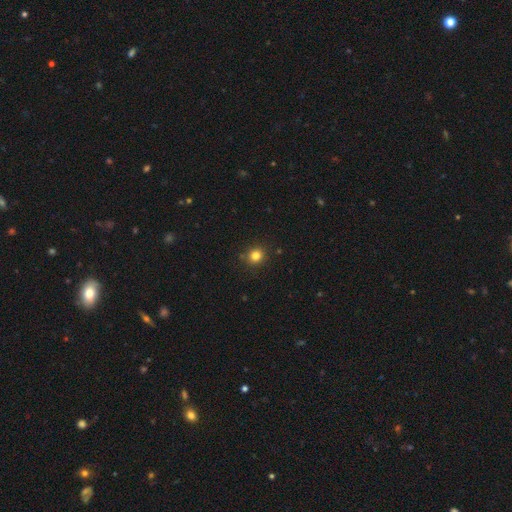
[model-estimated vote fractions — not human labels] This appears to be a smooth galaxy with no disk features (81%) that is round (86%). Merging: none (88%).